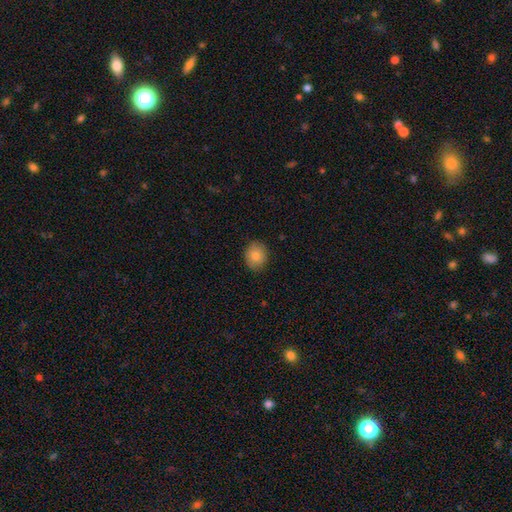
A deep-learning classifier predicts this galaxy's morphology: Smooth or featured? smooth (84%)
How rounded? round (61%)
Merging? none (87%)